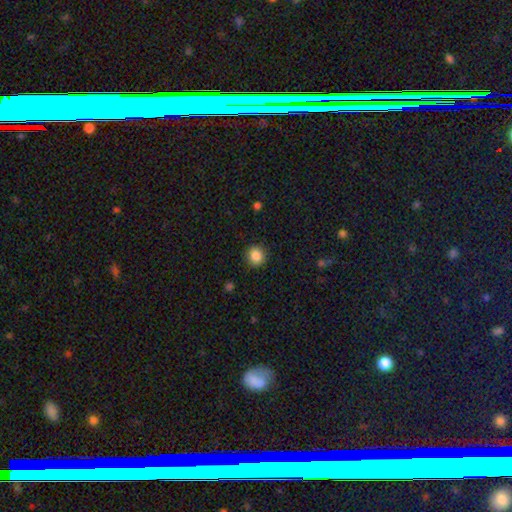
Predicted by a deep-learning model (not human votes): Morphology: type=smooth (87%); roundness=round (89%); merging=none (90%).